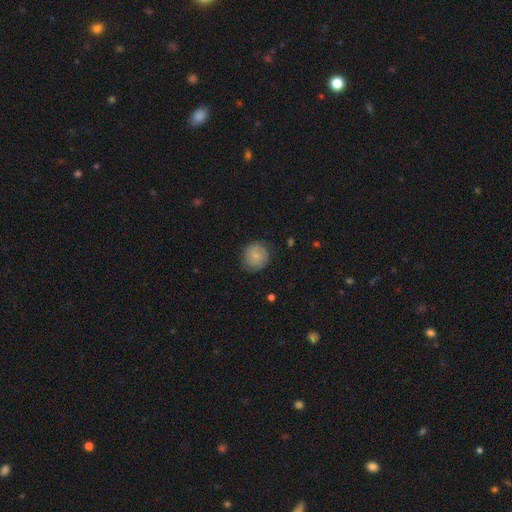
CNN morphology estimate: smooth_or_featured: smooth (p=0.65) [alt: featured or disk p=0.27]
how_rounded: round (p=0.89) [alt: in between p=0.10]
merging: none (p=0.81) [alt: minor disturbance p=0.14]